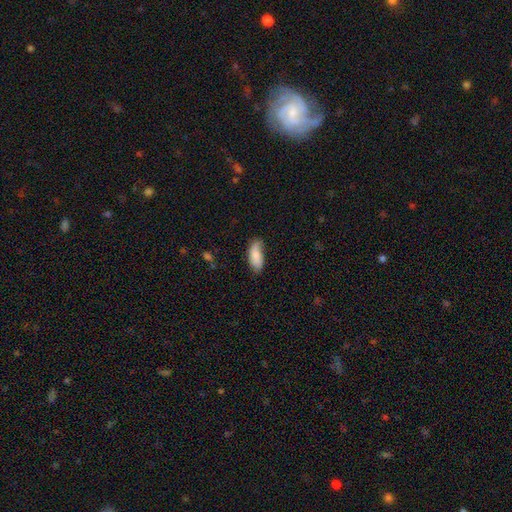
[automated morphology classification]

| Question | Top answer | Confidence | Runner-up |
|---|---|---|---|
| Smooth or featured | smooth | 79% | featured or disk (15%) |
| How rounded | in between | 85% | cigar-shaped (13%) |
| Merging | none | 58% | minor disturbance (32%) |